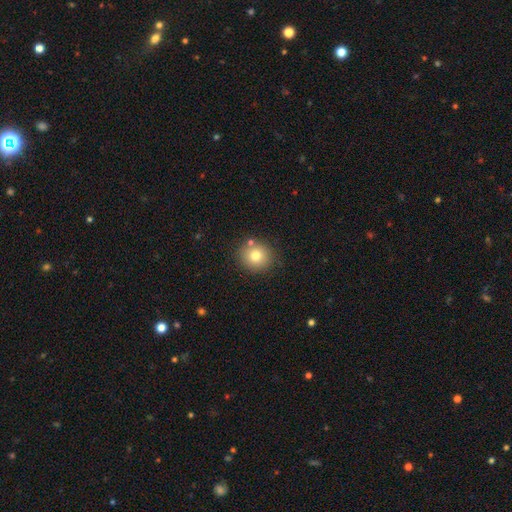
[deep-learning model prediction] Smooth or featured: smooth — 77% (star or artifact — 12%)
How rounded: round — 85% (in between — 14%)
Merging: none — 80% (minor disturbance — 10%)